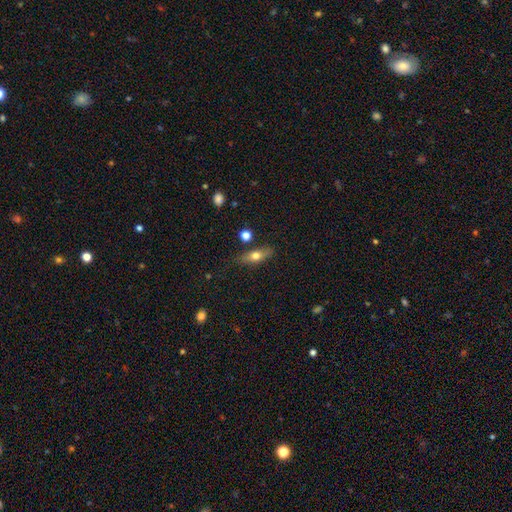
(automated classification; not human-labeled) Smooth or featured?
  - smooth: 64% *
  - featured or disk: 28%
  - star or artifact: 8%
How rounded?
  - in between: 58% *
  - cigar-shaped: 36%
  - round: 6%
Merging?
  - none: 78% *
  - minor disturbance: 14%
  - major disturbance: 4%
  - merger: 4%